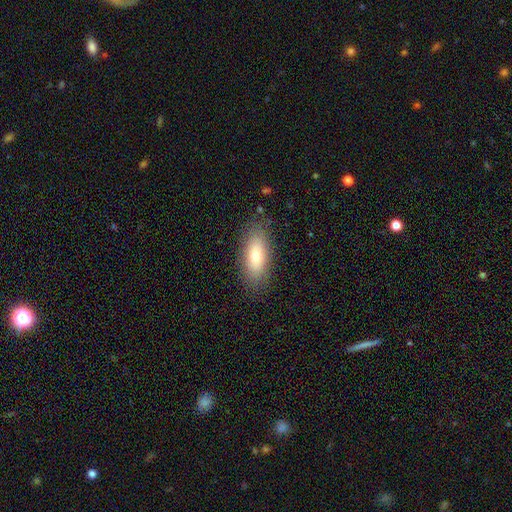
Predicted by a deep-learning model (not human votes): This appears to be a smooth galaxy with no disk features (75%) that is in between round and cigar-shaped (79%). Merging: none (85%).